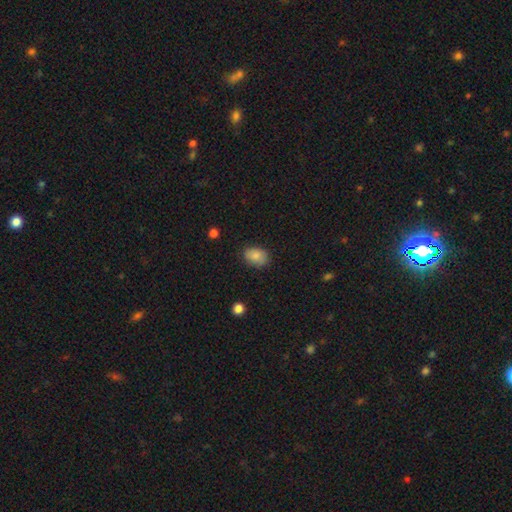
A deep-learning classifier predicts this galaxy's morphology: smooth-or-featured: smooth: 85% | star or artifact: 8% | featured or disk: 8%
  how-rounded: in between: 80% | round: 19% | cigar-shaped: 1%
  merging: none: 80% | minor disturbance: 16% | major disturbance: 3% | merger: 1%